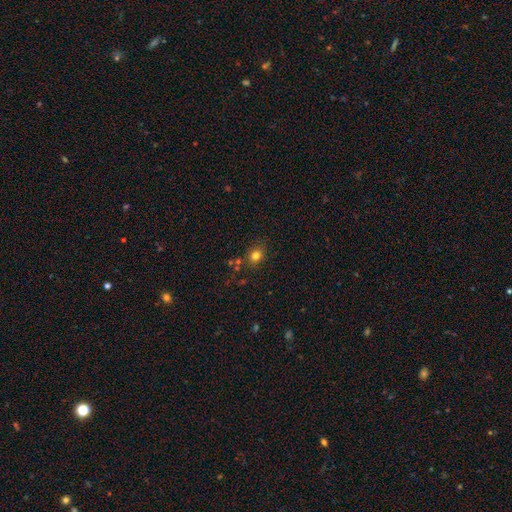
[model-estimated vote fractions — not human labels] Smooth or featured? Predicted: smooth (p=0.78). How rounded? Predicted: round (p=0.65). Merging? Predicted: none (p=0.79).